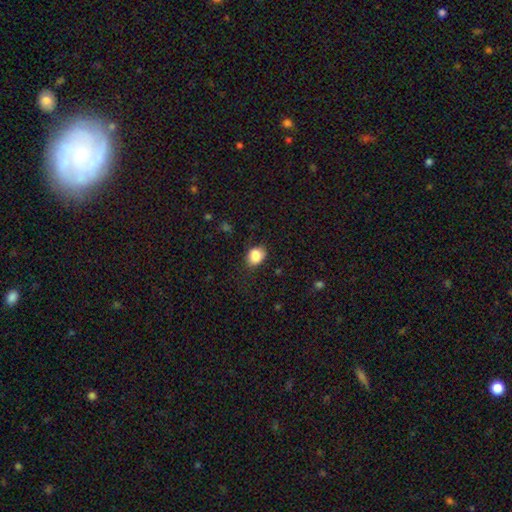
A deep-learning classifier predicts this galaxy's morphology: smooth_or_featured: smooth (p=0.87) [alt: star or artifact p=0.08]
how_rounded: in between (p=0.54) [alt: round p=0.45]
merging: none (p=0.74) [alt: minor disturbance p=0.19]